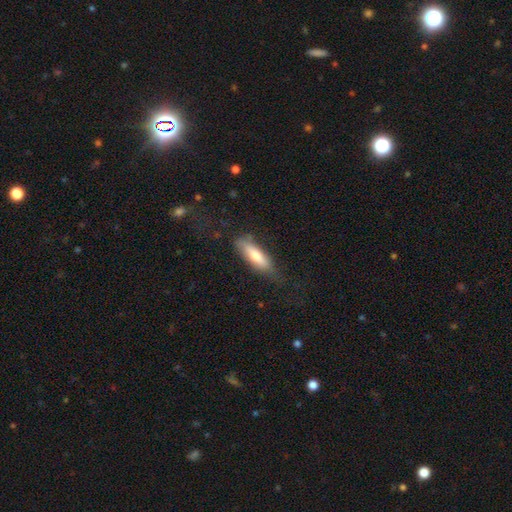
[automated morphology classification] The model was most divided on "how rounded": cigar-shaped: 56%, in between: 43%, round: 2%. More confident: merging — none (70%); smooth or featured — smooth (68%).